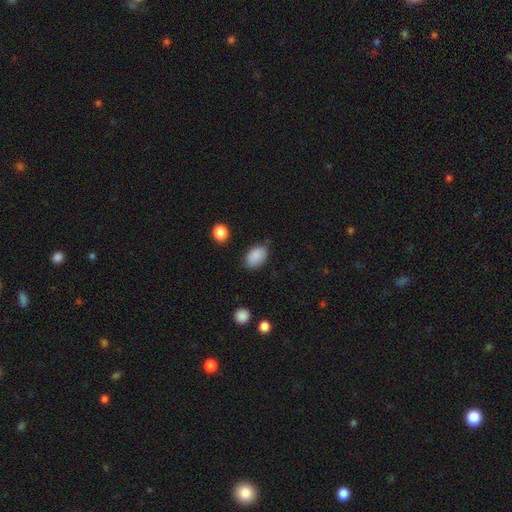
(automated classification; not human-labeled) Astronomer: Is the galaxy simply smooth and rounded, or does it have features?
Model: smooth — 88%.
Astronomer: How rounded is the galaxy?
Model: in between — 89%.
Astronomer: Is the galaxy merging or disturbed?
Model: none — 75%.